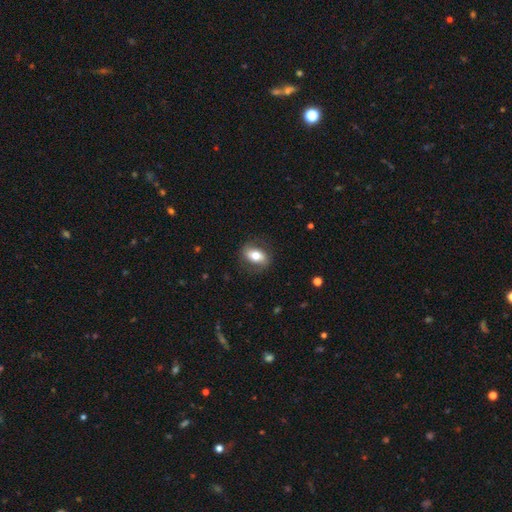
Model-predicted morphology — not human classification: This is likely a smooth galaxy (62%). How rounded: clearly in between (83%). Merging: likely none (79%).